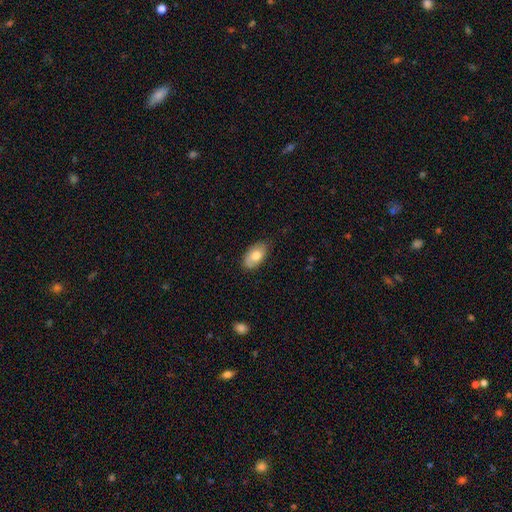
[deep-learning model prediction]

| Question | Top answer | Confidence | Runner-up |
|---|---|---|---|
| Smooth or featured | smooth | 74% | featured or disk (19%) |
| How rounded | in between | 93% | round (5%) |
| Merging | none | 76% | minor disturbance (19%) |